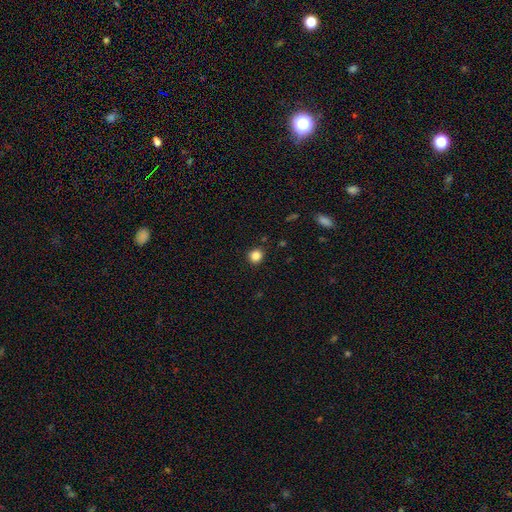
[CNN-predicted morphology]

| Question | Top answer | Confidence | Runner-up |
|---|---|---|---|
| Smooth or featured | smooth | 85% | star or artifact (11%) |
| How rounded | round | 86% | in between (13%) |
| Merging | none | 90% | minor disturbance (6%) |